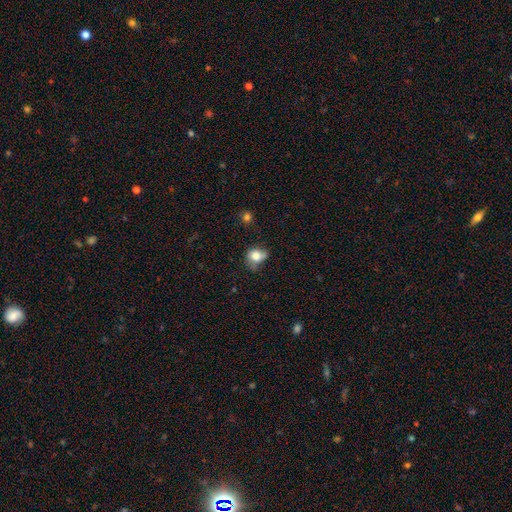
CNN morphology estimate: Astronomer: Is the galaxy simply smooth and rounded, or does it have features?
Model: smooth — 77%.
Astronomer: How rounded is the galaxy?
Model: round — 58% (runner-up: in between, 41%).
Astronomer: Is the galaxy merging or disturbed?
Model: none — 39% (runner-up: minor disturbance, 37%).